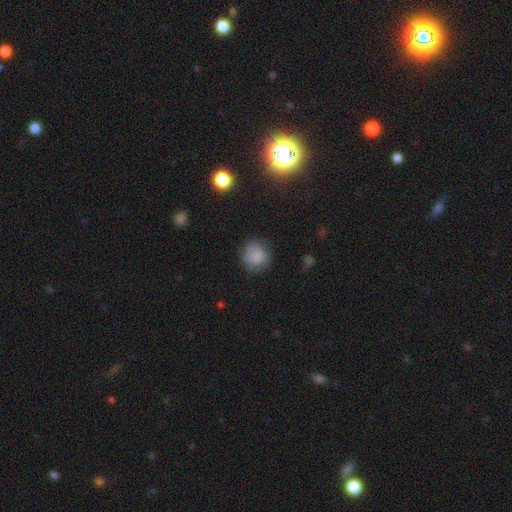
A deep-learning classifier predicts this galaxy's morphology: type=smooth (75%); roundness=round (84%); merging=none (66%).